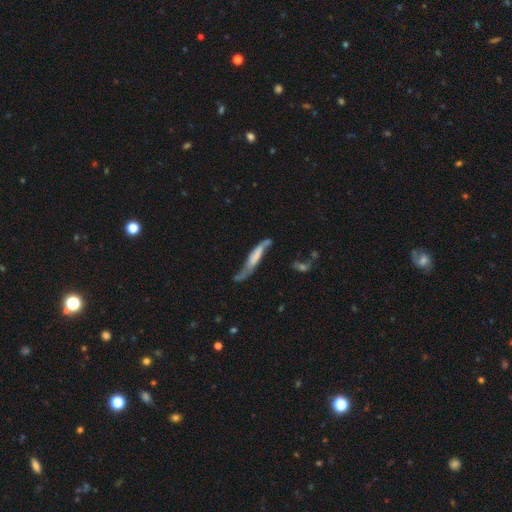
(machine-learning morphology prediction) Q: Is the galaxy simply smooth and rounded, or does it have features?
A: featured or disk — 48%.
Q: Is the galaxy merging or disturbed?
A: none — 31%.